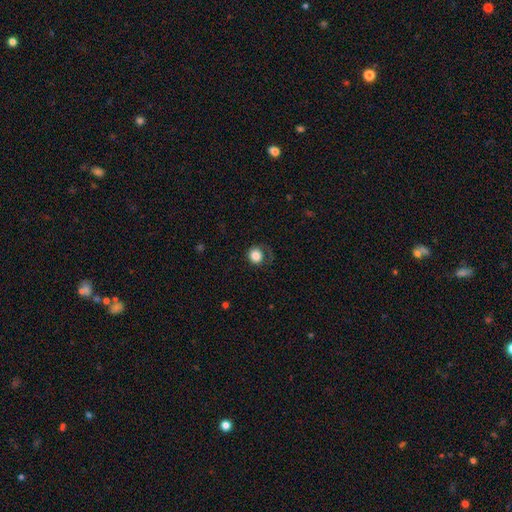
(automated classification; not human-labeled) Smooth or featured: smooth — 82% (star or artifact — 9%)
How rounded: round — 87% (in between — 13%)
Merging: none — 64% (minor disturbance — 18%)